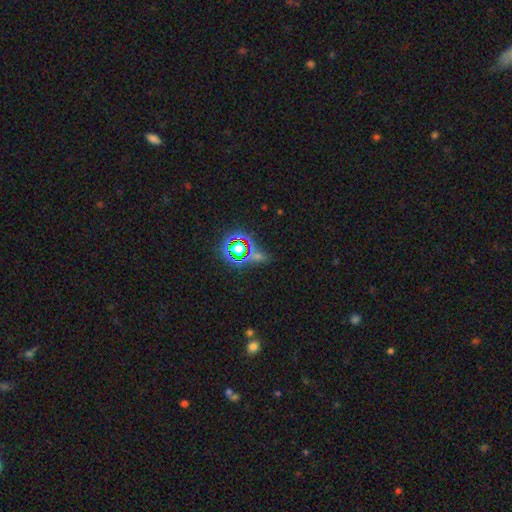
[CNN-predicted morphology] smooth_or_featured: star or artifact (p=0.73) [alt: smooth p=0.18]